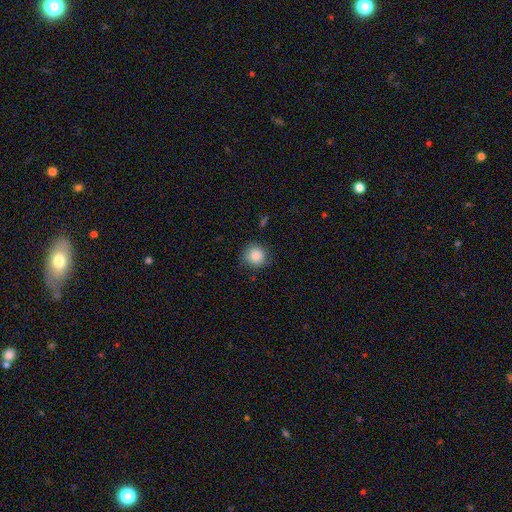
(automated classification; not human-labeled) A smooth galaxy with no disk features (87%) that is round (92%).

Vote fractions:
- Smooth or featured? smooth: 87% / star or artifact: 9% / featured or disk: 4%
- How rounded? round: 92% / in between: 7% / cigar-shaped: 1%
- Merging? none: 83% / minor disturbance: 12% / major disturbance: 3% / merger: 1%